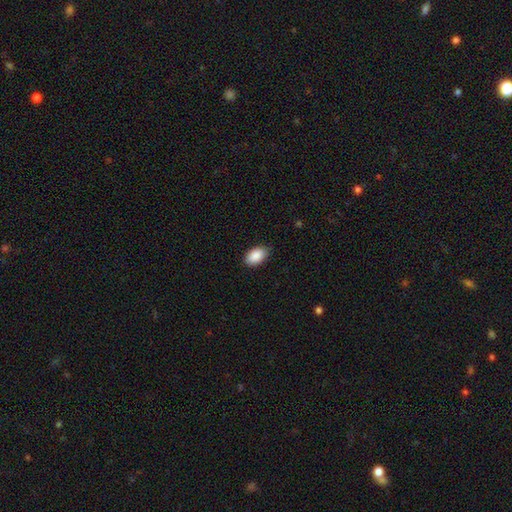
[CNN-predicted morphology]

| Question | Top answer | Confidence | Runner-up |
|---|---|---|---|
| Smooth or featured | smooth | 90% | star or artifact (6%) |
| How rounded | in between | 93% | round (5%) |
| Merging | none | 86% | minor disturbance (11%) |